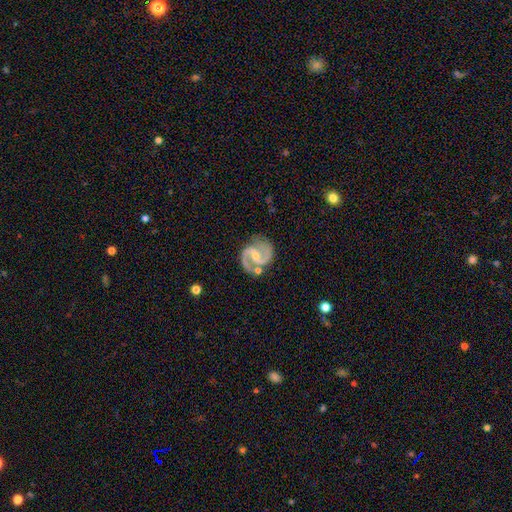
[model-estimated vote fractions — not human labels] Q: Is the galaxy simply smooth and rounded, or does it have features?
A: featured or disk — 92%.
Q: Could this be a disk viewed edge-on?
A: no — 98%.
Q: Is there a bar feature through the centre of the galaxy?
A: weak — 46%.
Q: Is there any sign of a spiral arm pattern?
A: yes — 98%.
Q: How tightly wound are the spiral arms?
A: medium — 63%.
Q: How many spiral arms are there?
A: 2 — 94%.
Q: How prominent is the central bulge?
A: small — 61%.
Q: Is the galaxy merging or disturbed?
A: none — 78%.